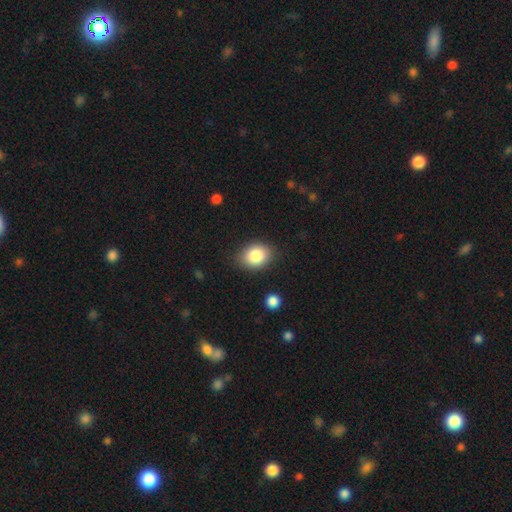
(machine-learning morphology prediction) Smooth or featured? smooth (85%)
How rounded? in between (59%)
Merging? none (83%)